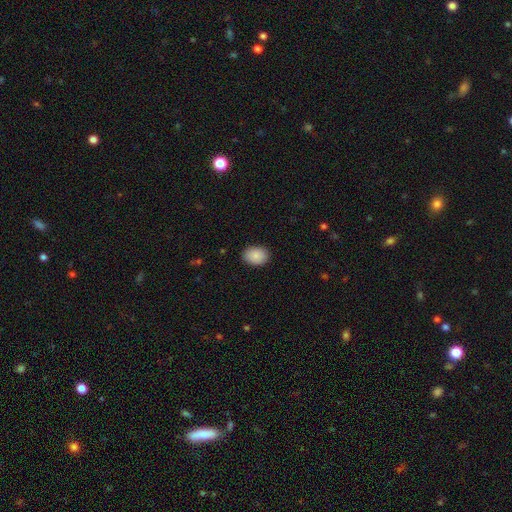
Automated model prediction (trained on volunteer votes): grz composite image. It shows a smooth galaxy with no disk features (89%) that is in between round and cigar-shaped (72%). Merging: none (89%).